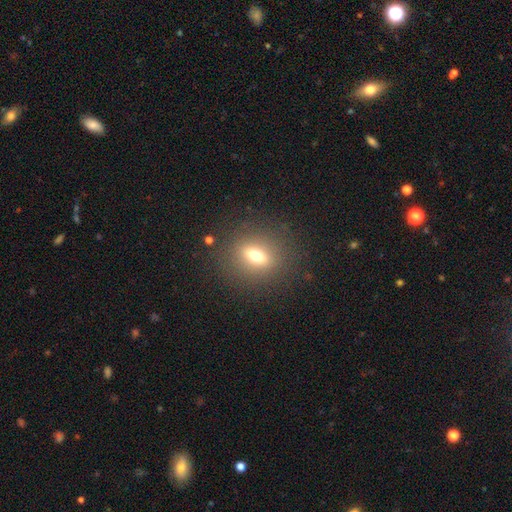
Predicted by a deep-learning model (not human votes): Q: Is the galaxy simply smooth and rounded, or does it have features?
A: smooth — 58%.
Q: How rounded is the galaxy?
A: round — 48%.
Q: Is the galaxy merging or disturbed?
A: none — 89%.